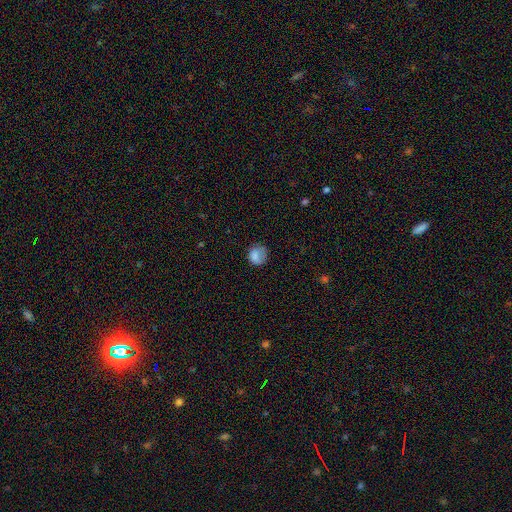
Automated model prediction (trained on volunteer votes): A smooth galaxy with no disk features (79%) that is round (73%).

Vote fractions:
- Smooth or featured? smooth: 79% / featured or disk: 12% / star or artifact: 9%
- How rounded? round: 73% / in between: 26% / cigar-shaped: 1%
- Merging? none: 58% / minor disturbance: 26% / major disturbance: 14% / merger: 2%